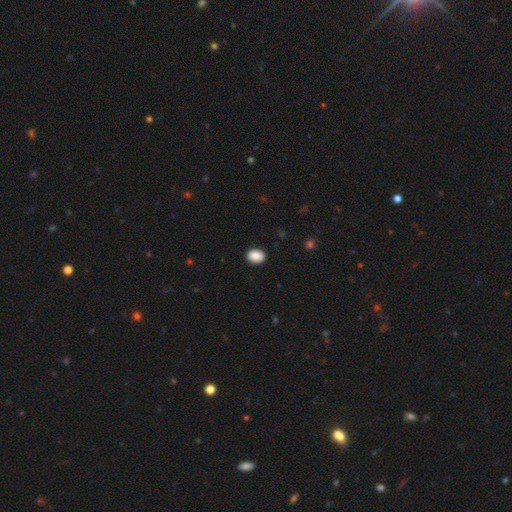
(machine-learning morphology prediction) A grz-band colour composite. It shows a smooth galaxy with no disk features (90%) that is in between round and cigar-shaped (75%). Merging: none (89%).